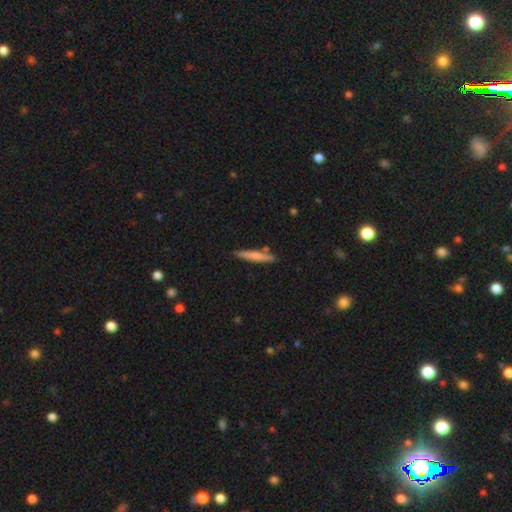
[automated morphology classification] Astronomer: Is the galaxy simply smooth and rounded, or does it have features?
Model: smooth — 64%.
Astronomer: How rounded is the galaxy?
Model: cigar-shaped — 94%.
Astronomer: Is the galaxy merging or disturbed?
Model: none — 85%.